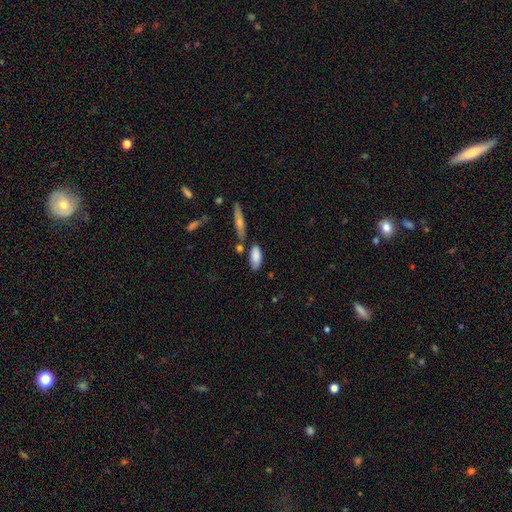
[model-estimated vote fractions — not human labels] The model was most divided on "merging": none: 68%, minor disturbance: 15%, merger: 13%, major disturbance: 4%. More confident: how rounded — in between (85%); smooth or featured — smooth (83%).